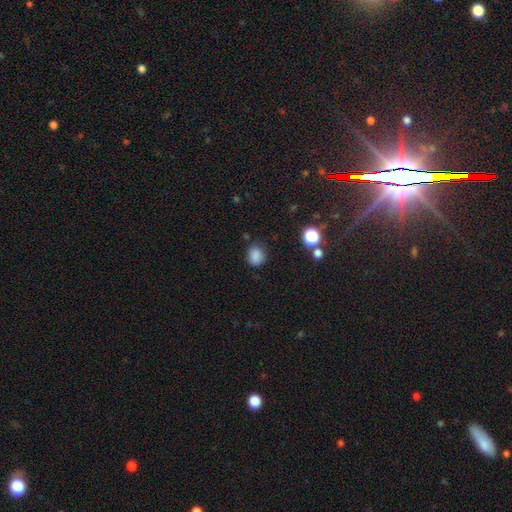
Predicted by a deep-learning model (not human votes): Smooth or featured?
  - smooth: 83% *
  - star or artifact: 12%
  - featured or disk: 5%
How rounded?
  - round: 54% *
  - in between: 45%
  - cigar-shaped: 1%
Merging?
  - none: 76% *
  - minor disturbance: 17%
  - major disturbance: 4%
  - merger: 3%